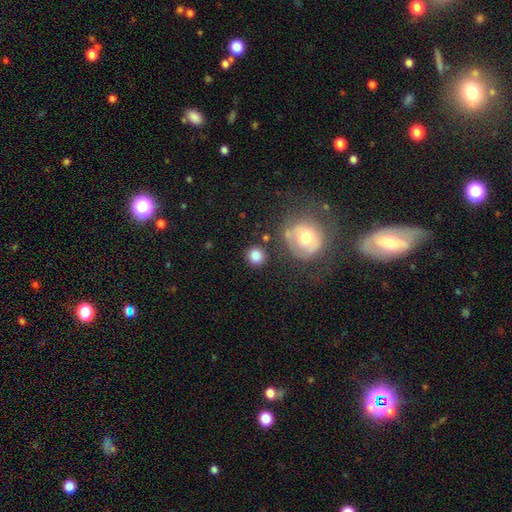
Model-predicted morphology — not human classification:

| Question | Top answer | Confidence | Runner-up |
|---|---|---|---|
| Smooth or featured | smooth | 83% | star or artifact (9%) |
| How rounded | round | 92% | in between (7%) |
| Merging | none | 81% | minor disturbance (9%) |